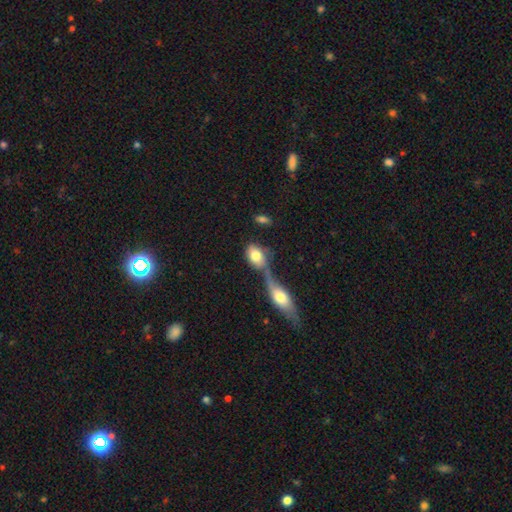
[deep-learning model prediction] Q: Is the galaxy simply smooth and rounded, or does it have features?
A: smooth — 77%.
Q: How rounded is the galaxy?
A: in between — 78%.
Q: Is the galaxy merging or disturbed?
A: merger — 54%.